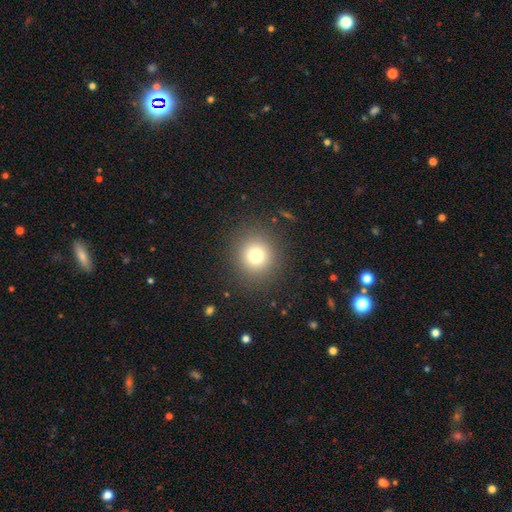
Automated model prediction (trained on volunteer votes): Overall: smooth (77%). How rounded: round (90%). Merging: none (88%).